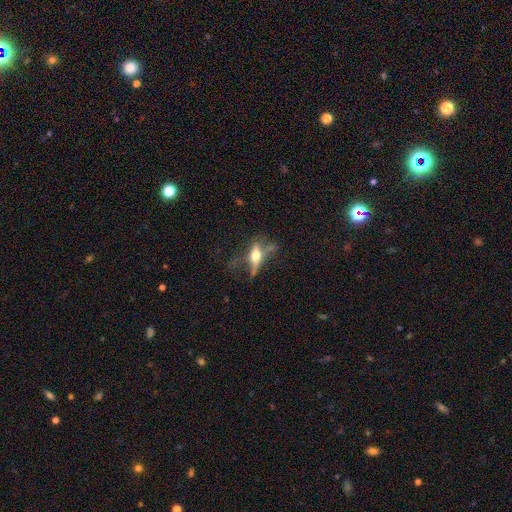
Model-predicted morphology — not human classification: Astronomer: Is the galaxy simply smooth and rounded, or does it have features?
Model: featured or disk — 59%.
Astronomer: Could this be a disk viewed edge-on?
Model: yes — 83%.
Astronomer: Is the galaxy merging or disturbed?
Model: none — 47% (runner-up: major disturbance, 25%).